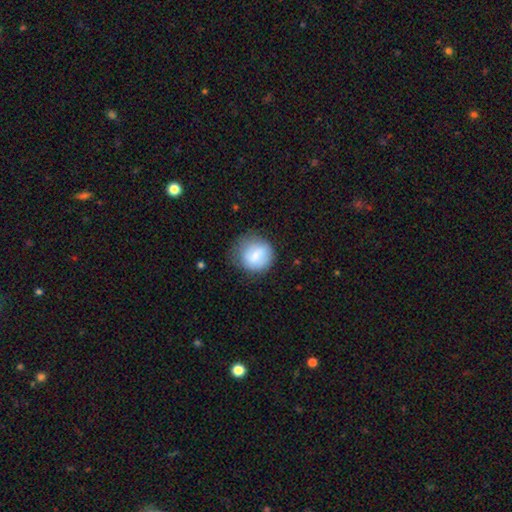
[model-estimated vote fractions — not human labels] Smooth or featured: smooth — 76% (featured or disk — 17%)
How rounded: round — 87% (in between — 12%)
Merging: none — 65% (minor disturbance — 24%)